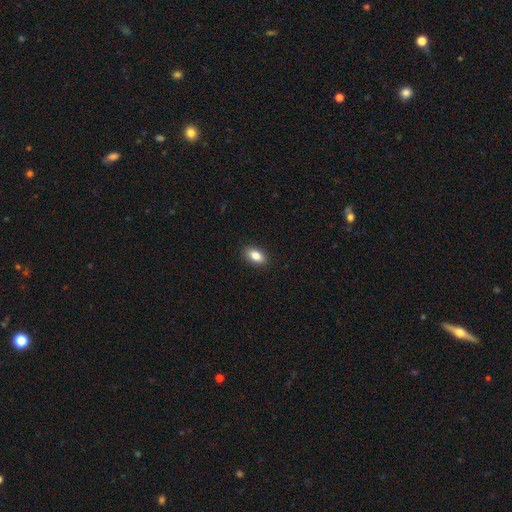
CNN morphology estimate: Smooth or featured? Predicted: smooth (p=0.83). How rounded? Predicted: in between (p=0.89). Merging? Predicted: none (p=0.90).